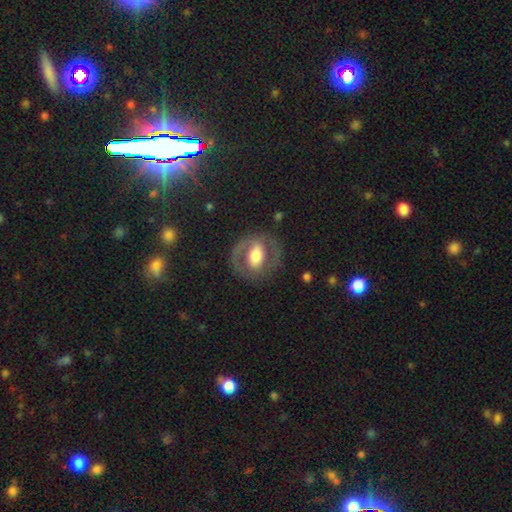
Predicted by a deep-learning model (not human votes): This is likely a featured or disk galaxy (63%). It is clearly not viewed edge-on (94%). Bar: marginally strong (37%). Spiral arm pattern: possibly yes (51%). Central bulge: possibly moderate (51%). Merging: likely none (74%).